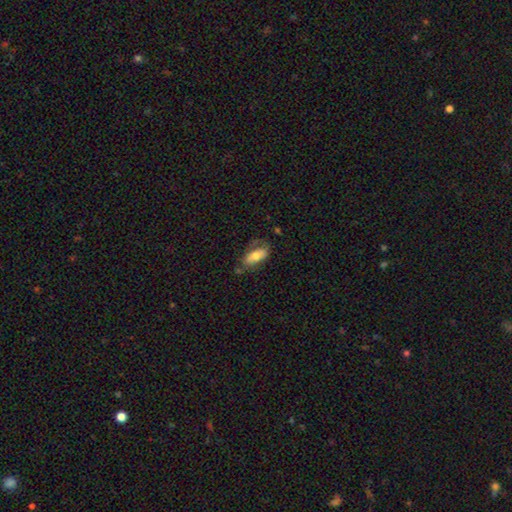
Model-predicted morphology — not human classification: smooth 63%, featured or disk 31%, star or artifact 6%. Down the decision tree: how rounded — in between (85%); merging — none (48%).